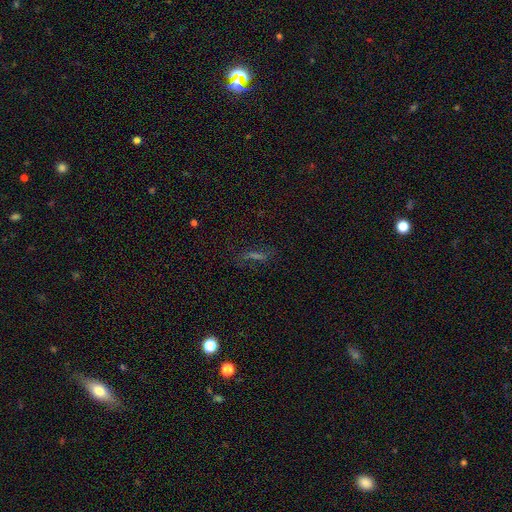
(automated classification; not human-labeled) This is marginally a smooth galaxy (39%). Merging: likely none (72%).